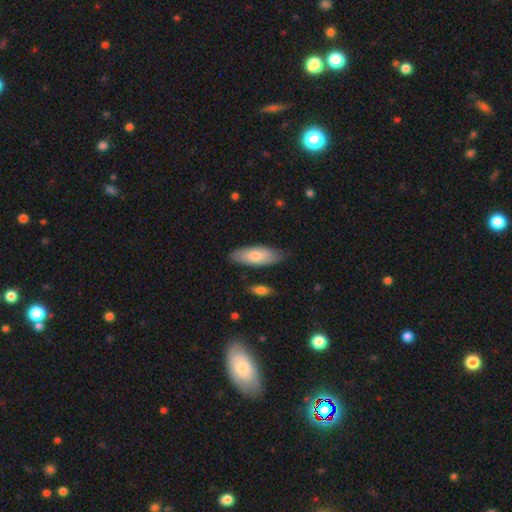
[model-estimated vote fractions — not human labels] Smooth or featured?
  - smooth: 74% *
  - featured or disk: 21%
  - star or artifact: 5%
How rounded?
  - in between: 70% *
  - cigar-shaped: 28%
  - round: 2%
Merging?
  - none: 80% *
  - minor disturbance: 16%
  - major disturbance: 2%
  - merger: 2%